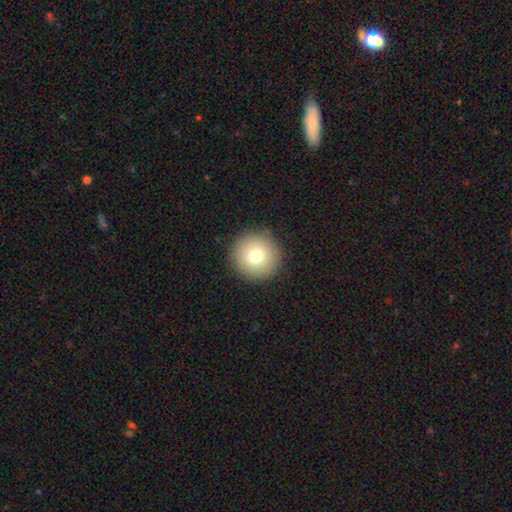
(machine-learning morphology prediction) smooth 75%, featured or disk 14%, star or artifact 11%. Down the decision tree: how rounded — round (96%); merging — none (91%).